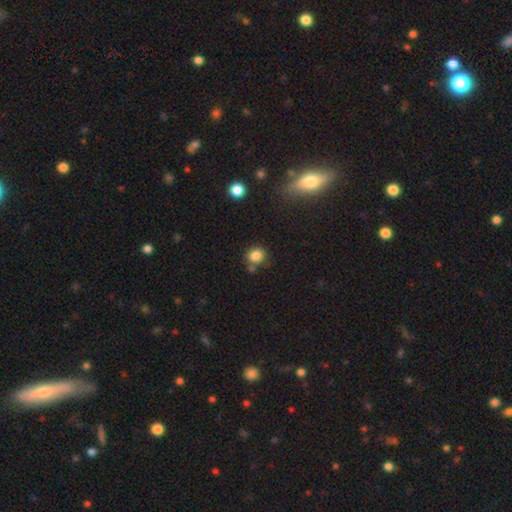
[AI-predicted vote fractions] This is clearly a smooth galaxy (84%). How rounded: likely round (75%). Merging: likely none (71%).